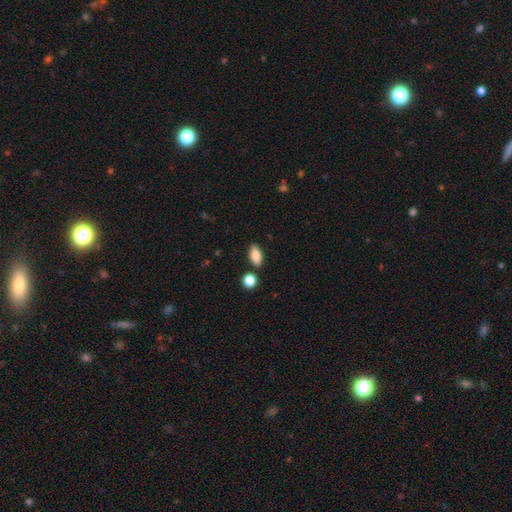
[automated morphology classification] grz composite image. It shows a smooth galaxy with no disk features (84%) that is in between round and cigar-shaped (88%). Merging: none (83%).